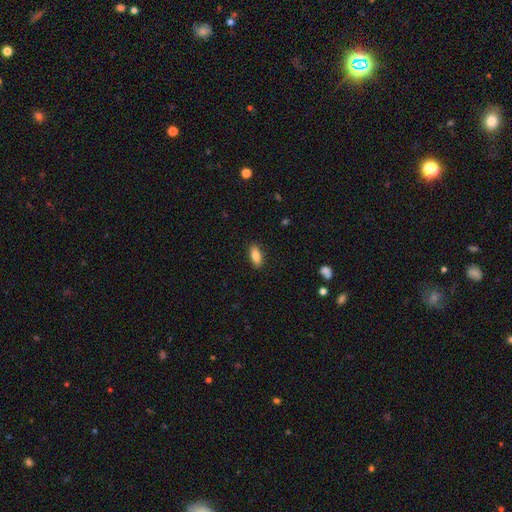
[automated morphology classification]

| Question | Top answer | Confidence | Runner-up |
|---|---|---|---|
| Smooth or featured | smooth | 84% | featured or disk (9%) |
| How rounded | in between | 80% | cigar-shaped (17%) |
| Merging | none | 89% | minor disturbance (8%) |